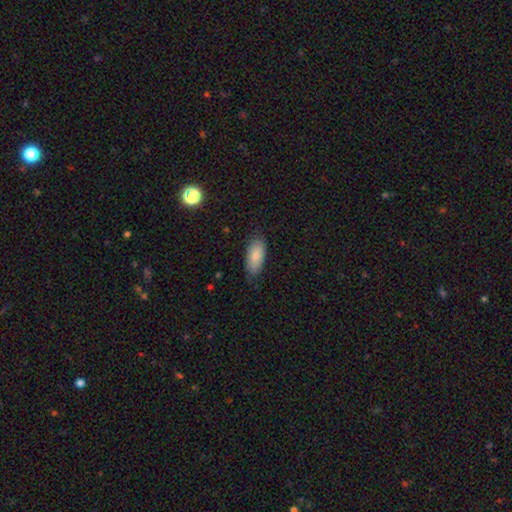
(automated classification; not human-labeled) This appears to be a smooth galaxy with no disk features (84%) that is in between round and cigar-shaped (88%). Merging: none (79%).